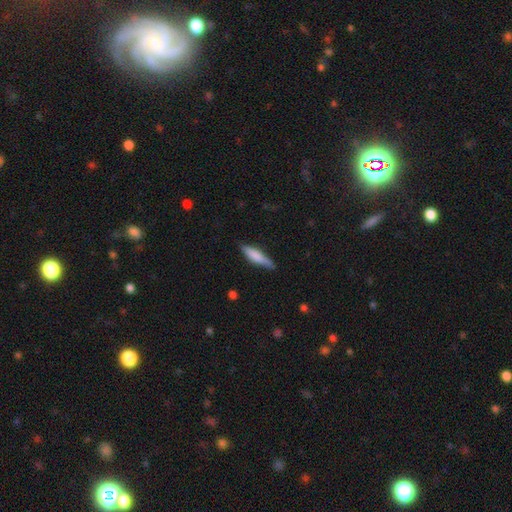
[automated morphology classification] The model was most divided on "smooth or featured": smooth: 69%, featured or disk: 26%, star or artifact: 6%. More confident: merging — none (78%); how rounded — cigar-shaped (77%).